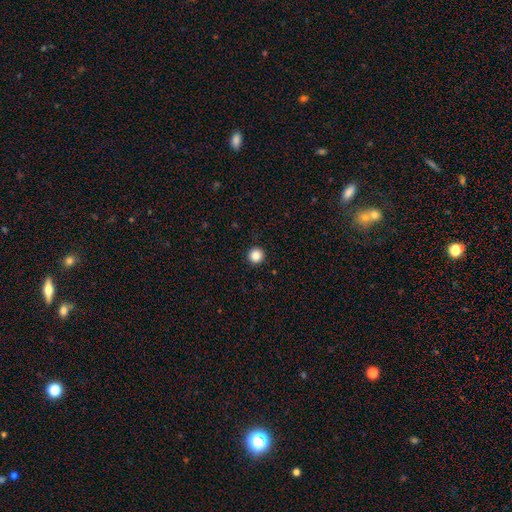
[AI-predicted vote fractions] smooth_or_featured: smooth (p=0.87) [alt: star or artifact p=0.10]
how_rounded: round (p=0.96) [alt: in between p=0.03]
merging: none (p=0.94) [alt: minor disturbance p=0.04]